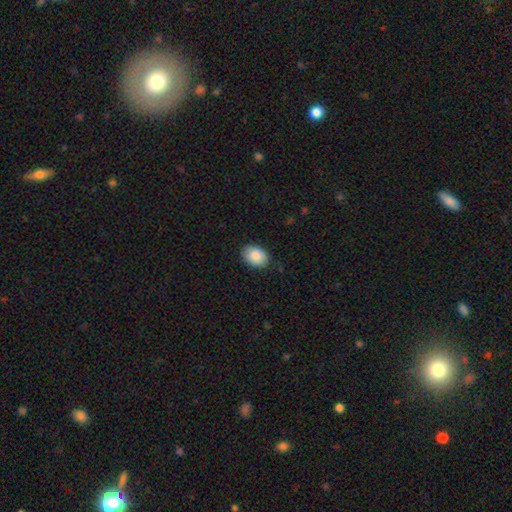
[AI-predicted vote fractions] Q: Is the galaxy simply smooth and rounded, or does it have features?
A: smooth — 88%.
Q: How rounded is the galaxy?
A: in between — 78%.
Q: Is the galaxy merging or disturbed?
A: none — 84%.